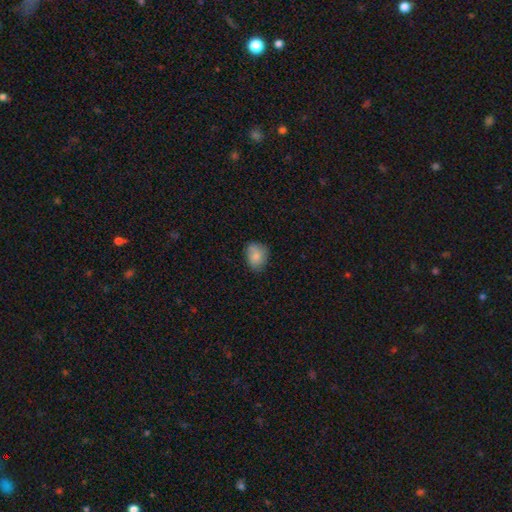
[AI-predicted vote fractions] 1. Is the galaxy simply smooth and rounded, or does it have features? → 82% smooth, 10% featured or disk, 8% star or artifact.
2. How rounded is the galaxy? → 55% in between, 44% round, 1% cigar-shaped.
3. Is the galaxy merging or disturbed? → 71% none, 23% minor disturbance, 5% major disturbance, 1% merger.